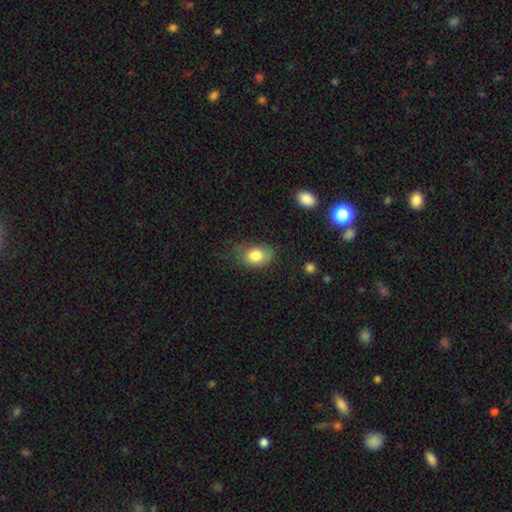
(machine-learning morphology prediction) type=smooth (81%); roundness=in between (82%); merging=none (56%).